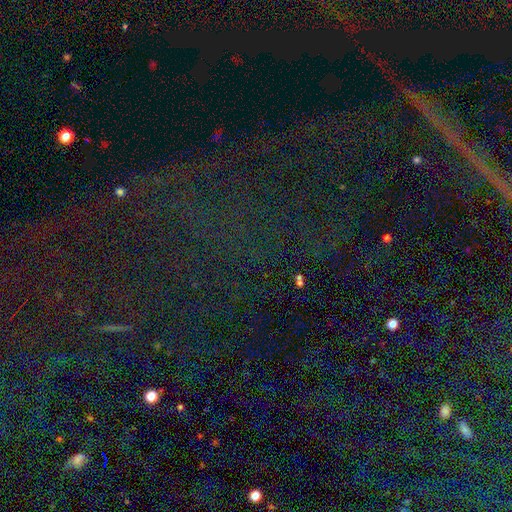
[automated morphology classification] Overall: star or artifact (81%).